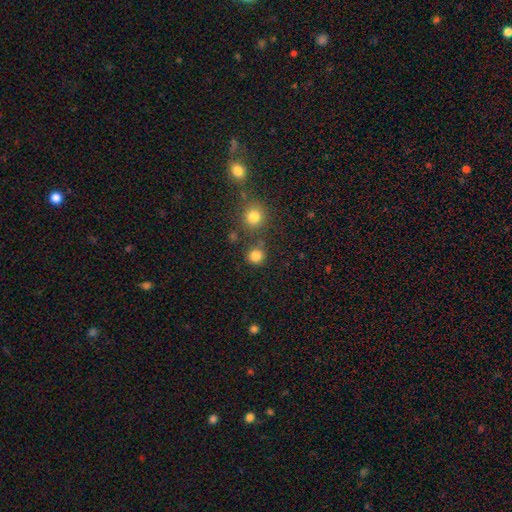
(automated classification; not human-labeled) Q: Smooth or featured?
A: smooth (82%); runner-up: star or artifact (13%)
Q: How rounded?
A: round (91%); runner-up: in between (8%)
Q: Merging?
A: none (76%); runner-up: merger (11%)